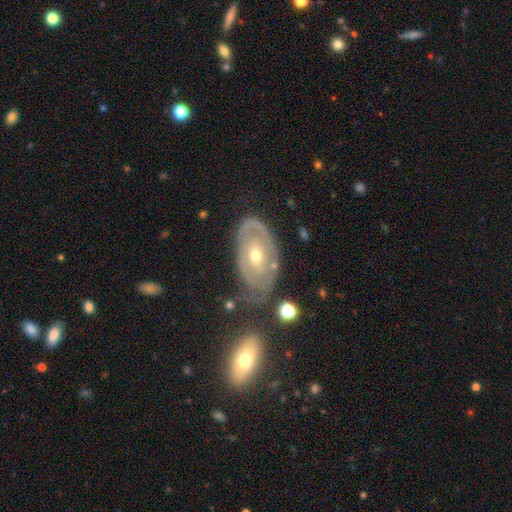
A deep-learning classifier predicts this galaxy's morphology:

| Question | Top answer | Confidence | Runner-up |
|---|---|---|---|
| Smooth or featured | featured or disk | 75% | smooth (19%) |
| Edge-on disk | no | 93% | yes (7%) |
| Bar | no | 73% | weak (21%) |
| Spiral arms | yes | 68% | no (32%) |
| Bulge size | moderate | 52% | small (45%) |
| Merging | none | 59% | minor disturbance (23%) |